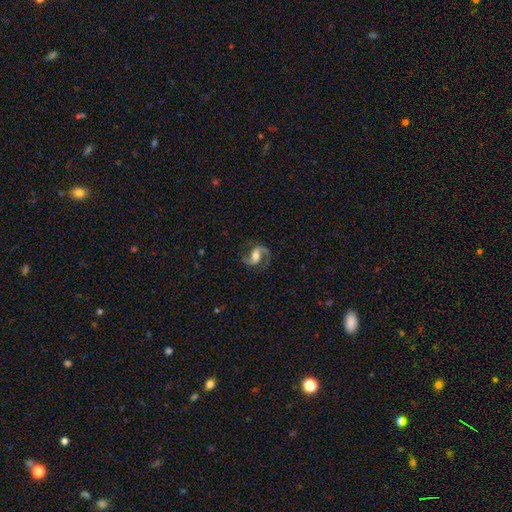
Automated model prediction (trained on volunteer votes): Smooth or featured? Predicted: featured or disk (p=0.89). Edge-on disk? Predicted: no (p=0.97). Bar? Predicted: weak (p=0.39). Spiral arms? Predicted: yes (p=0.97). Spiral winding? Predicted: medium (p=0.54). Spiral arm count? Predicted: 2 (p=0.93). Bulge size? Predicted: moderate (p=0.65). Merging? Predicted: none (p=0.79).